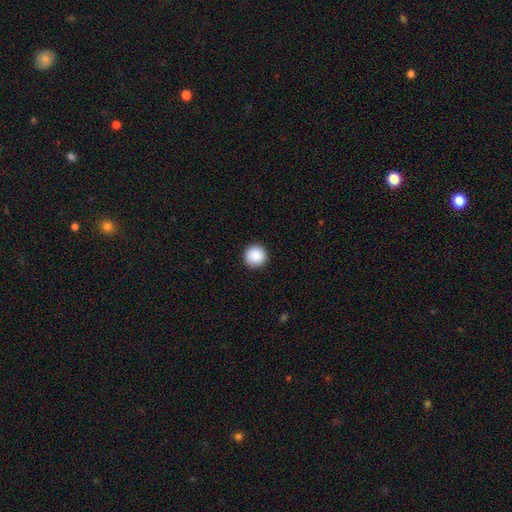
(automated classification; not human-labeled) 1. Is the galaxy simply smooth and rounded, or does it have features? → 89% smooth, 8% star or artifact, 3% featured or disk.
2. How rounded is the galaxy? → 96% round, 3% in between, 1% cigar-shaped.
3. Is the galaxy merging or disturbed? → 93% none, 5% minor disturbance, 2% major disturbance, 1% merger.